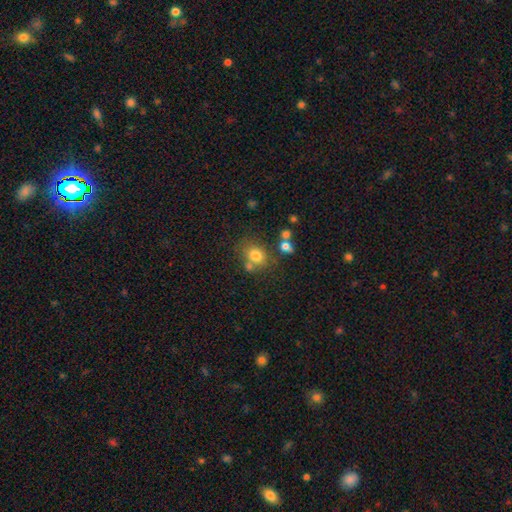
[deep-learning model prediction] smooth 77%, star or artifact 12%, featured or disk 11%. Down the decision tree: how rounded — round (58%); merging — none (59%).